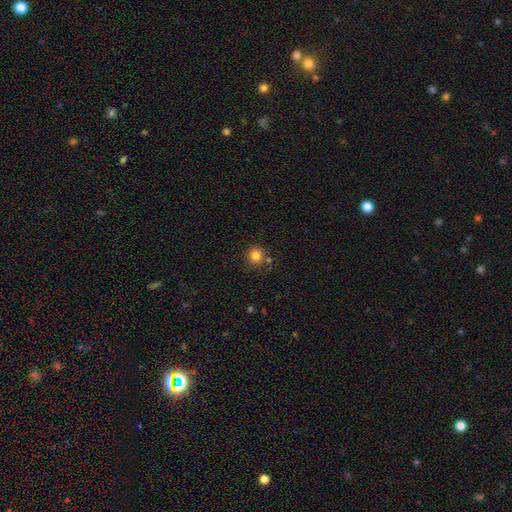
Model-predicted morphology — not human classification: Smooth or featured?
  - smooth: 82% *
  - star or artifact: 12%
  - featured or disk: 6%
How rounded?
  - round: 93% *
  - in between: 6%
  - cigar-shaped: 1%
Merging?
  - none: 80% *
  - minor disturbance: 10%
  - merger: 7%
  - major disturbance: 3%